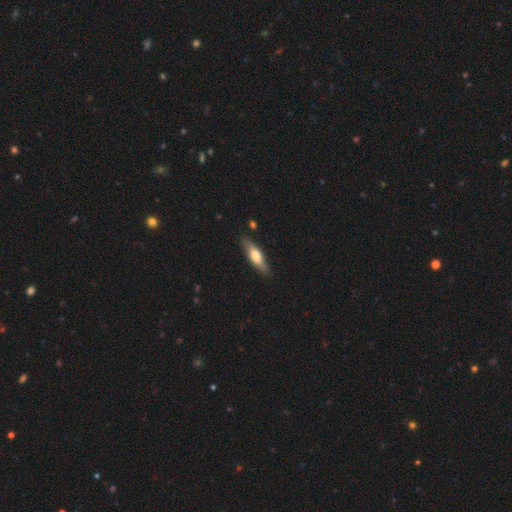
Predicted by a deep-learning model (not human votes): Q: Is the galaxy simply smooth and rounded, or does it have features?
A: smooth — 55%.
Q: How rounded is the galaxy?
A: cigar-shaped — 63%.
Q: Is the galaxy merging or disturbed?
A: none — 84%.